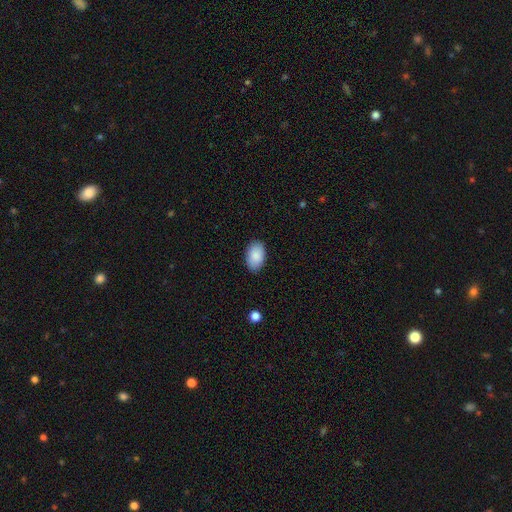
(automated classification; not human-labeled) The model was most divided on "merging": none: 87%, minor disturbance: 10%, major disturbance: 2%, merger: 1%. More confident: how rounded — in between (93%); smooth or featured — smooth (89%).